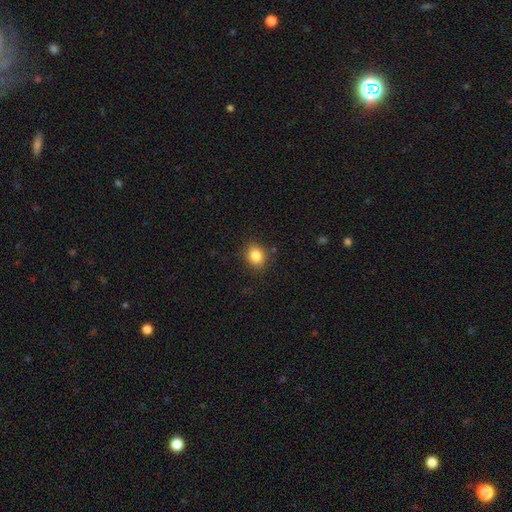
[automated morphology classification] type=smooth (84%); roundness=round (61%); merging=none (85%).